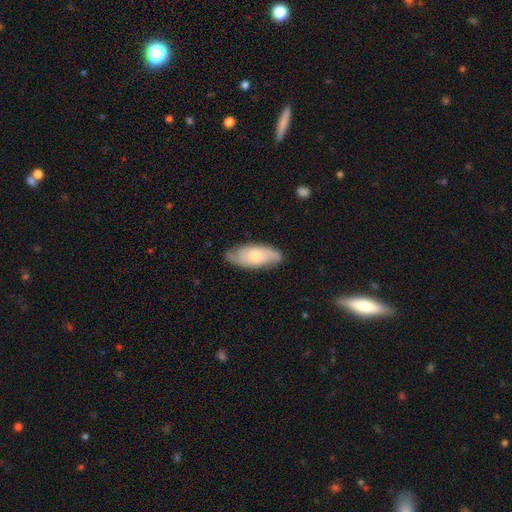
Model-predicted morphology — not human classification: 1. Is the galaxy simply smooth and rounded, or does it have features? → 50% featured or disk, 44% smooth, 6% star or artifact.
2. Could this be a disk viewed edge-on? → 88% no, 12% yes.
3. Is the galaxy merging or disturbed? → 76% none, 19% minor disturbance, 4% major disturbance, 1% merger.